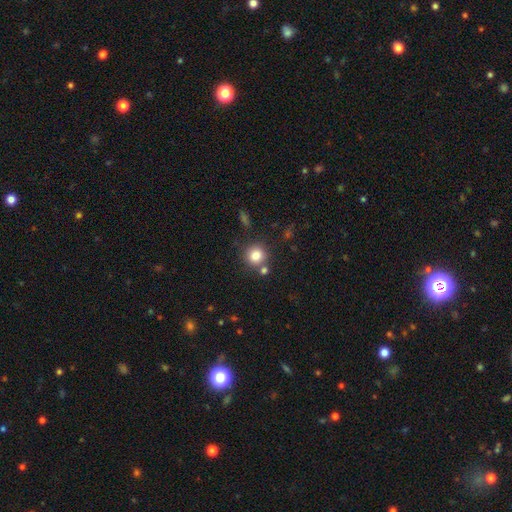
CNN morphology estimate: Smooth or featured? Predicted: smooth (p=0.81). How rounded? Predicted: round (p=0.91). Merging? Predicted: none (p=0.75).